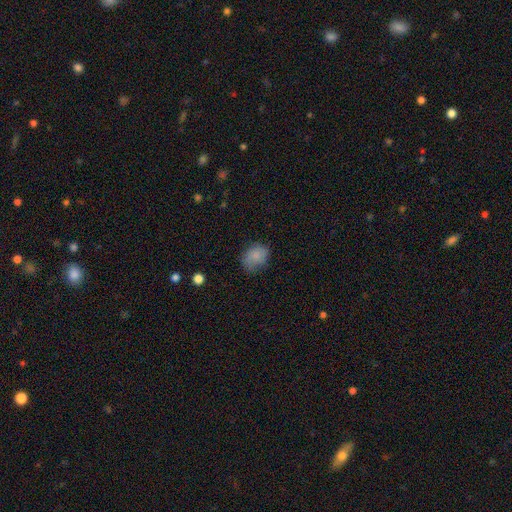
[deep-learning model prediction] Smooth or featured? smooth (80%)
How rounded? in between (58%)
Merging? none (61%)